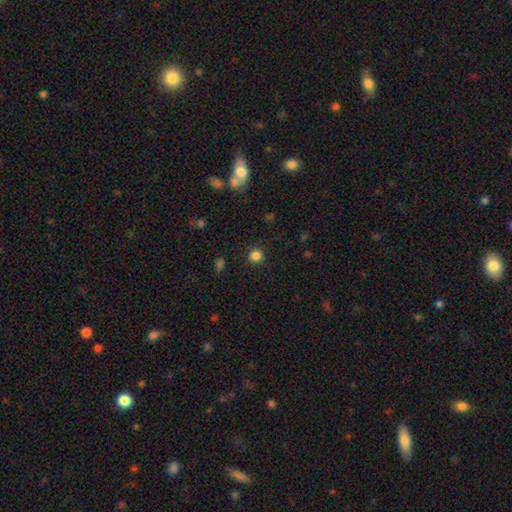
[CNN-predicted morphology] This appears to be a smooth galaxy with no disk features (83%) that is round (93%). Merging: none (90%).